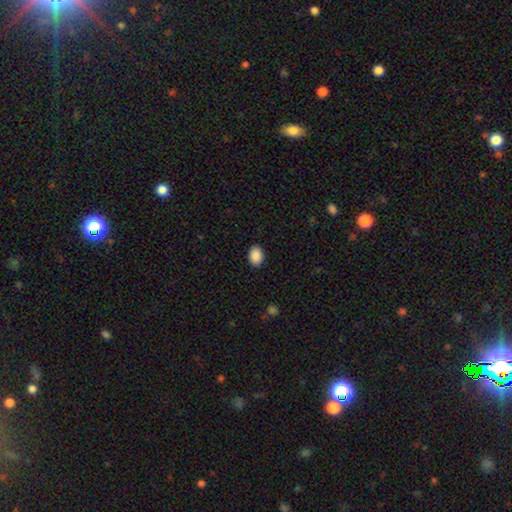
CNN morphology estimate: Smooth or featured: smooth — 90% (star or artifact — 7%)
How rounded: in between — 76% (round — 23%)
Merging: none — 89% (minor disturbance — 8%)